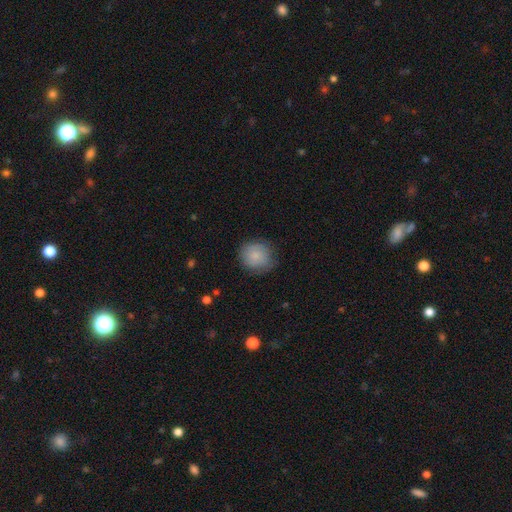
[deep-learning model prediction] Smooth or featured? Predicted: smooth (p=0.80). How rounded? Predicted: round (p=0.85). Merging? Predicted: none (p=0.73).